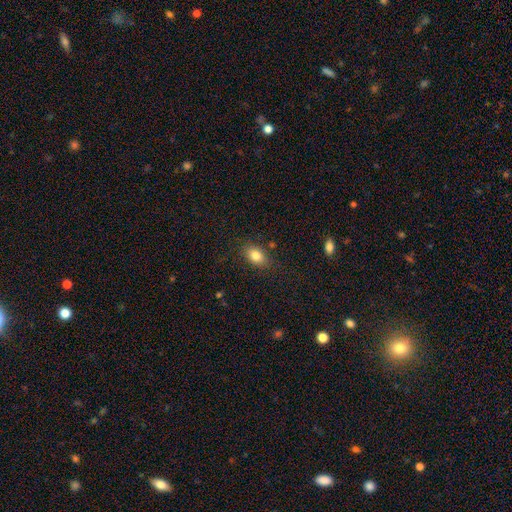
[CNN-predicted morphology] Smooth or featured? smooth (83%)
How rounded? in between (85%)
Merging? none (82%)